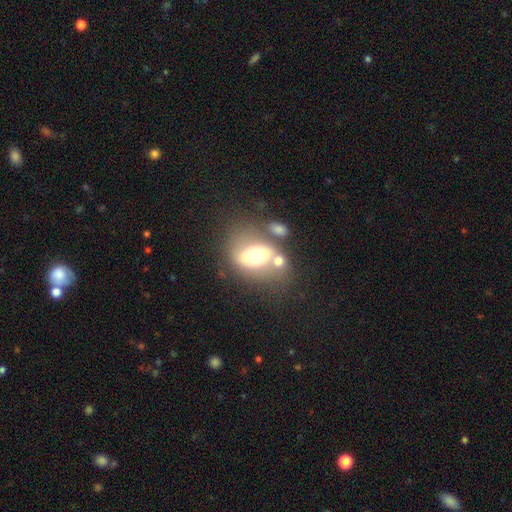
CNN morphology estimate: Smooth or featured: smooth — 52% (featured or disk — 38%)
How rounded: in between — 64% (round — 35%)
Merging: none — 39% (merger — 29%)